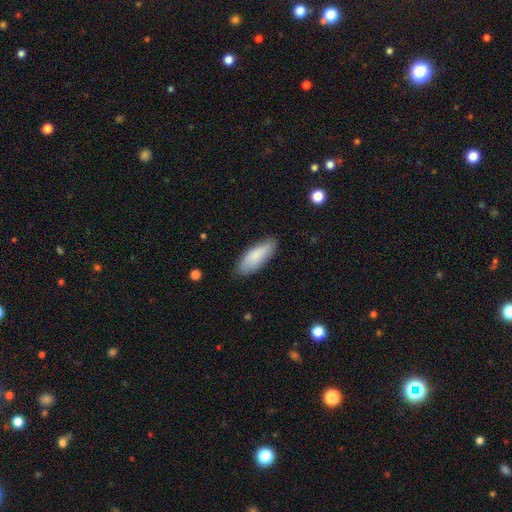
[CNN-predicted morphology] Smooth or featured? Predicted: smooth (p=0.80). How rounded? Predicted: in between (p=0.68). Merging? Predicted: none (p=0.80).